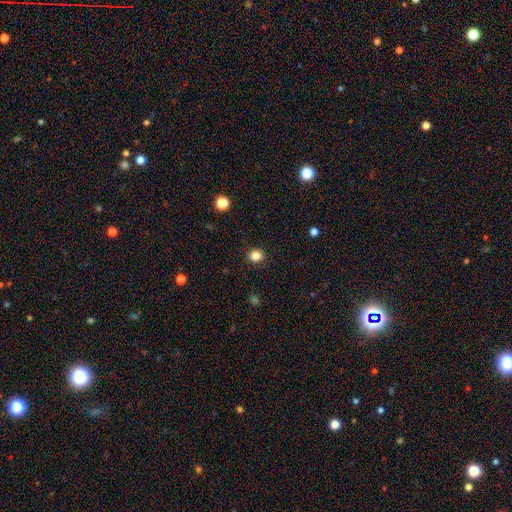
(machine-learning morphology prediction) A smooth galaxy with no disk features (85%) that is round (80%). Merging: none (91%).